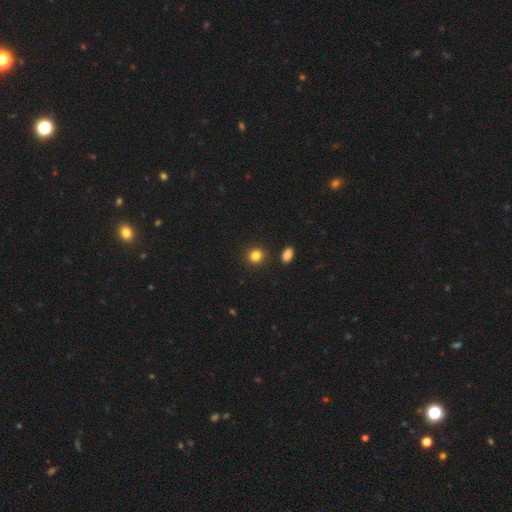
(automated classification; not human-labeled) This is clearly a smooth galaxy (85%). How rounded: clearly round (83%). Merging: clearly none (90%).